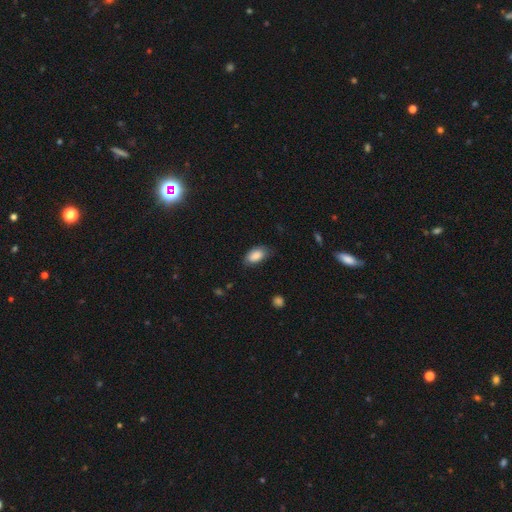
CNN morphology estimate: smooth_or_featured: smooth (p=0.86) [alt: featured or disk p=0.07]
how_rounded: in between (p=0.93) [alt: round p=0.04]
merging: none (p=0.71) [alt: minor disturbance p=0.23]